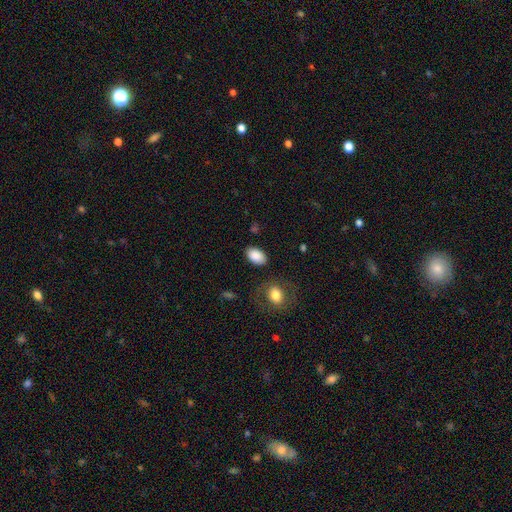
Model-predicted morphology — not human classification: The model was most divided on "merging": none: 83%, minor disturbance: 11%, major disturbance: 3%, merger: 3%. More confident: how rounded — in between (90%); smooth or featured — smooth (88%).